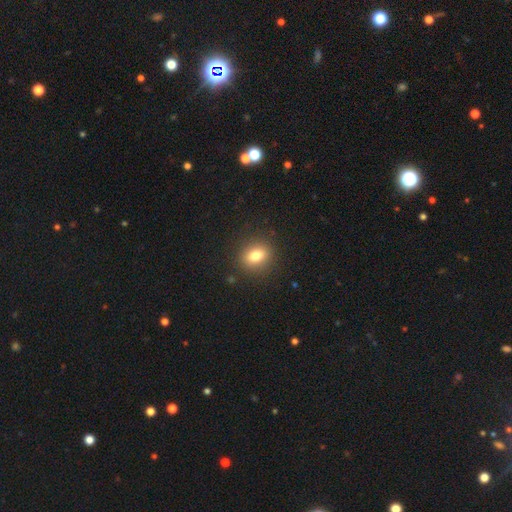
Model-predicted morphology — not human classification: smooth-or-featured: smooth: 80% | star or artifact: 11% | featured or disk: 10%
  how-rounded: in between: 50% | round: 49% | cigar-shaped: 2%
  merging: none: 88% | minor disturbance: 8% | major disturbance: 3% | merger: 1%